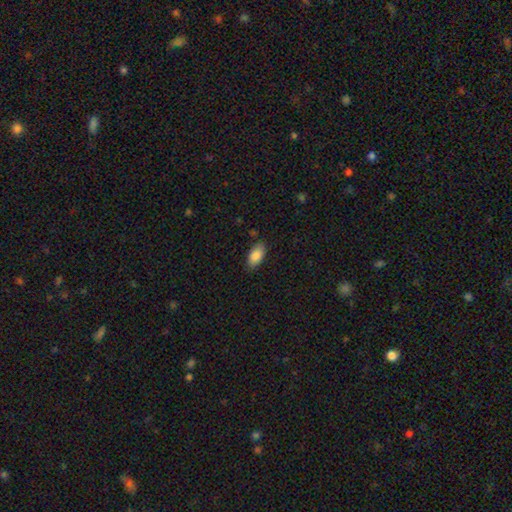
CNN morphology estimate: Q: Smooth or featured?
A: smooth (87%); runner-up: star or artifact (7%)
Q: How rounded?
A: in between (93%); runner-up: cigar-shaped (5%)
Q: Merging?
A: none (84%); runner-up: minor disturbance (13%)